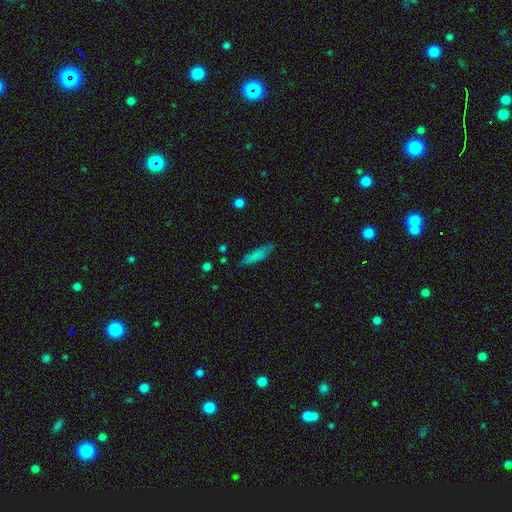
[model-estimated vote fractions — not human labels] A smooth galaxy with no disk features (78%) that is cigar-shaped (73%). Merging: none (77%).